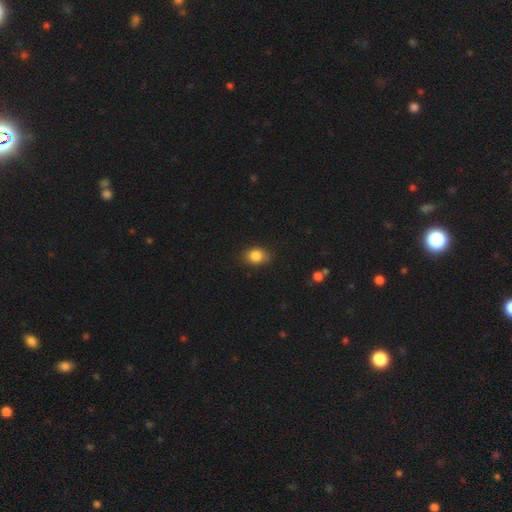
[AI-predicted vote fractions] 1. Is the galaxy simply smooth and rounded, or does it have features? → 84% smooth, 9% star or artifact, 6% featured or disk.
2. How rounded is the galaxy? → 61% in between, 38% round, 1% cigar-shaped.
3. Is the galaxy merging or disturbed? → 82% none, 14% minor disturbance, 3% major disturbance, 1% merger.